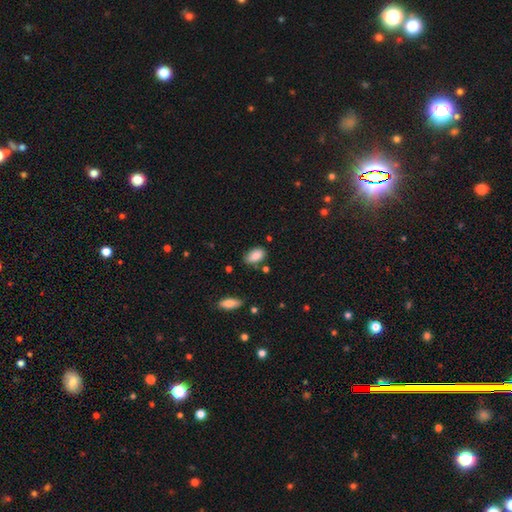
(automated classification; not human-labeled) Smooth or featured: smooth — 87% (star or artifact — 8%)
How rounded: in between — 92% (round — 5%)
Merging: none — 72% (minor disturbance — 20%)